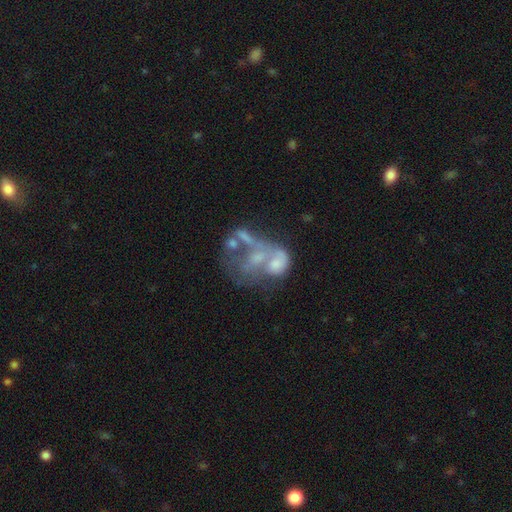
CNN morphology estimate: Smooth or featured? featured or disk (57%)
Edge-on disk? no (97%)
Bar? no (86%)
Spiral arms? no (84%)
Bulge size? none (51%)
Merging? merger (49%)